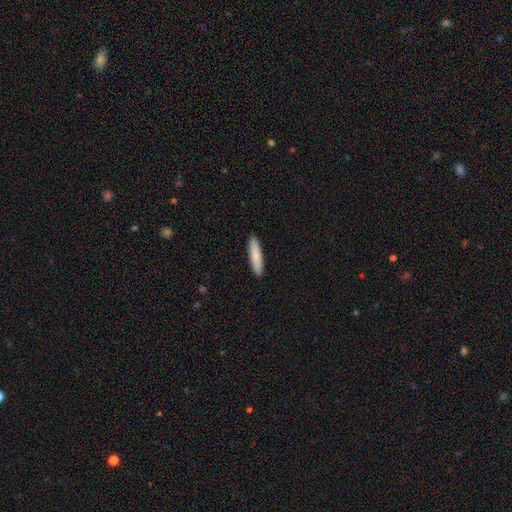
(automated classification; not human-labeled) A smooth galaxy with no disk features (84%) that is cigar-shaped (87%). Merging: none (92%).